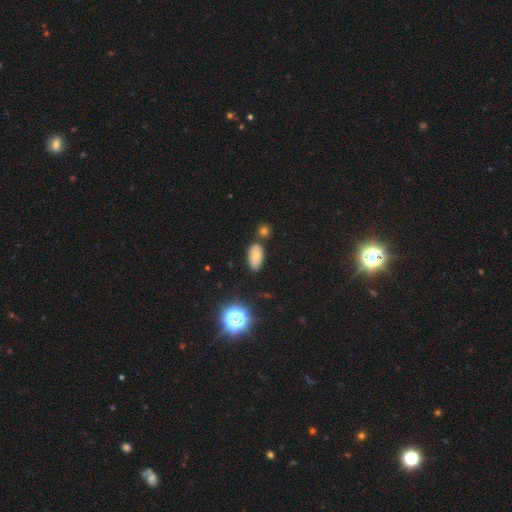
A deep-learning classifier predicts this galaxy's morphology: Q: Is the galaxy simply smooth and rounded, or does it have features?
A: smooth — 73%.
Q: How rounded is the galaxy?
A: in between — 92%.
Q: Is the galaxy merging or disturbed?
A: none — 75%.